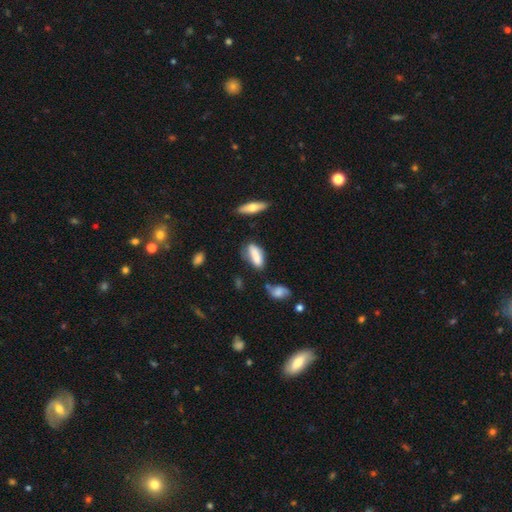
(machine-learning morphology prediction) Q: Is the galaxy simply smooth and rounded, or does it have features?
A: smooth — 77%.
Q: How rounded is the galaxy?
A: in between — 64%.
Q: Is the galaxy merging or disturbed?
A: none — 53%.